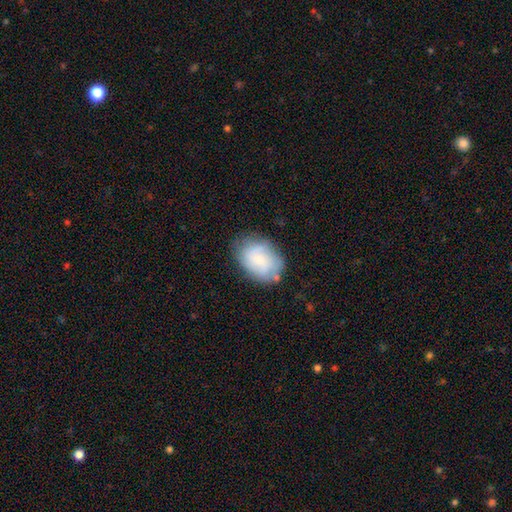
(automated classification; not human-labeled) Smooth or featured? smooth (57%)
How rounded? in between (74%)
Merging? none (74%)